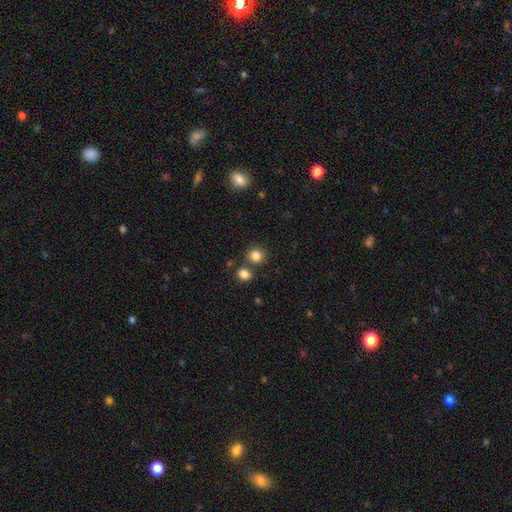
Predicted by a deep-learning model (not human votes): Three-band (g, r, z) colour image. It shows a smooth galaxy with no disk features (84%) that is round (86%). Merging: none (76%).